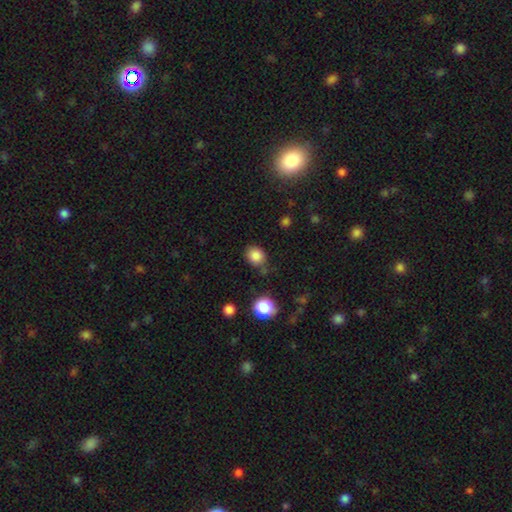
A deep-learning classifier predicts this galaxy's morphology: smooth-or-featured: smooth: 84% | star or artifact: 11% | featured or disk: 5%
  how-rounded: round: 62% | in between: 37% | cigar-shaped: 1%
  merging: none: 71% | minor disturbance: 19% | merger: 6% | major disturbance: 5%